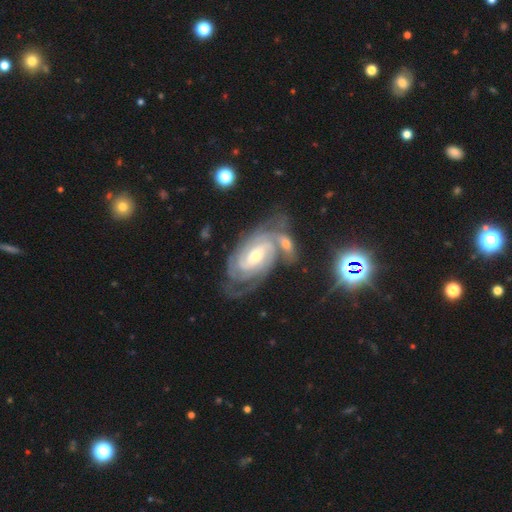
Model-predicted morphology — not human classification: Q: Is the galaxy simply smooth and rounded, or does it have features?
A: featured or disk — 90%.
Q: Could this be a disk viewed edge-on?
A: no — 96%.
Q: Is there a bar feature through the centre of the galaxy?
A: weak — 44%.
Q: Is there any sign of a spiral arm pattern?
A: yes — 98%.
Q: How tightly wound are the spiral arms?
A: tight — 73%.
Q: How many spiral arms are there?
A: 2 — 32%.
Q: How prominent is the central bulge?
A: moderate — 50%.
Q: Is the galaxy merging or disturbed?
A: none — 57%.